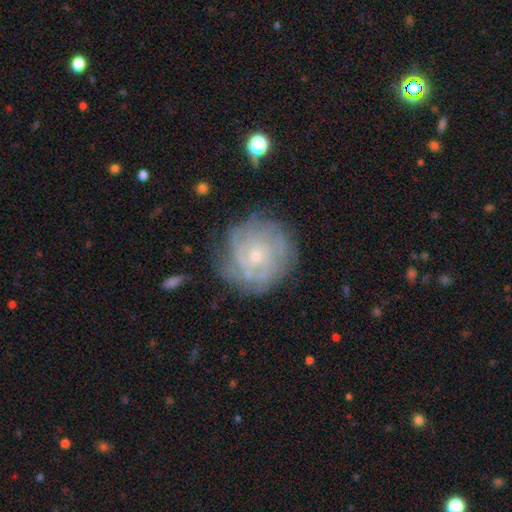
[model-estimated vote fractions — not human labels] featured or disk 77%, smooth 15%, star or artifact 7%. Down the decision tree: edge-on disk — no (98%); bar — no (78%); spiral arms — yes (90%); spiral arm count — can't tell (47%); spiral winding — tight (76%); bulge size — small (71%); merging — none (74%).